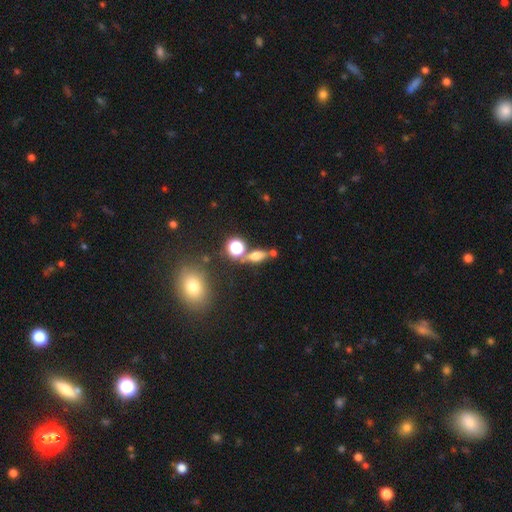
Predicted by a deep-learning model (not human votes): Smooth or featured? Predicted: smooth (p=0.57). How rounded? Predicted: in between (p=0.56). Merging? Predicted: none (p=0.62).